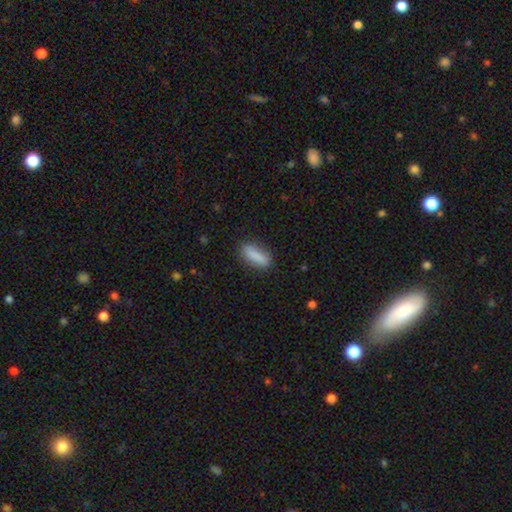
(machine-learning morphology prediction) Smooth or featured?
  - smooth: 84% *
  - featured or disk: 9%
  - star or artifact: 7%
How rounded?
  - in between: 58% *
  - cigar-shaped: 39%
  - round: 3%
Merging?
  - none: 80% *
  - minor disturbance: 14%
  - major disturbance: 4%
  - merger: 2%